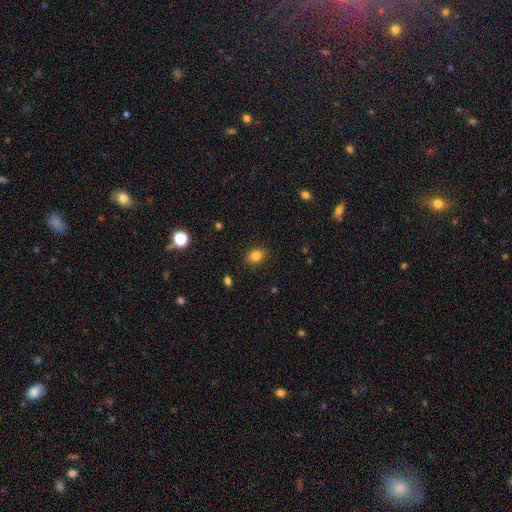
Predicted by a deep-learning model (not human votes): Smooth or featured? smooth (83%)
How rounded? in between (60%)
Merging? none (88%)